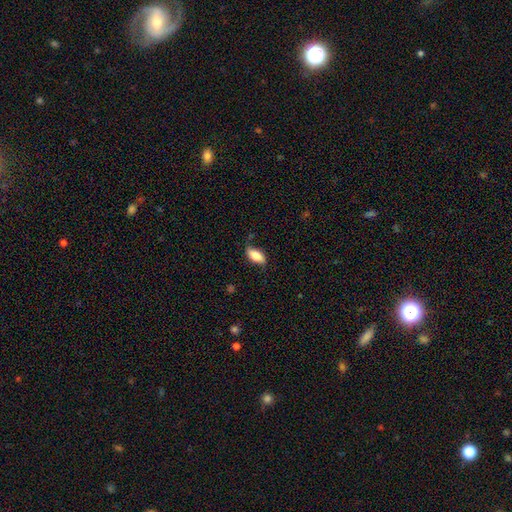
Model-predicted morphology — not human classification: smooth-or-featured: smooth: 79% | featured or disk: 14% | star or artifact: 7%
  how-rounded: in between: 87% | cigar-shaped: 11% | round: 3%
  merging: none: 75% | minor disturbance: 20% | major disturbance: 4% | merger: 2%